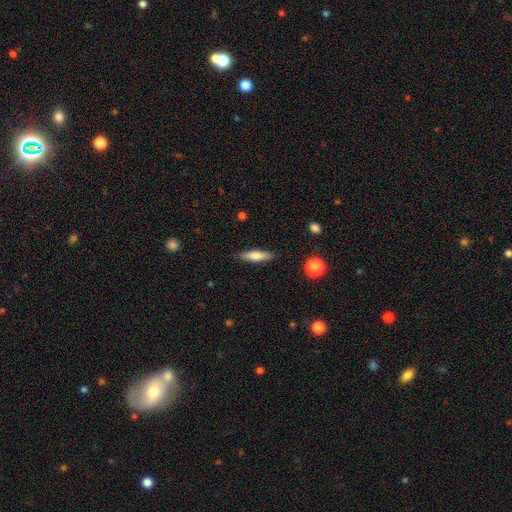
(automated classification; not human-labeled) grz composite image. It shows a smooth galaxy with no disk features (73%) that is cigar-shaped (69%). Merging: none (87%).